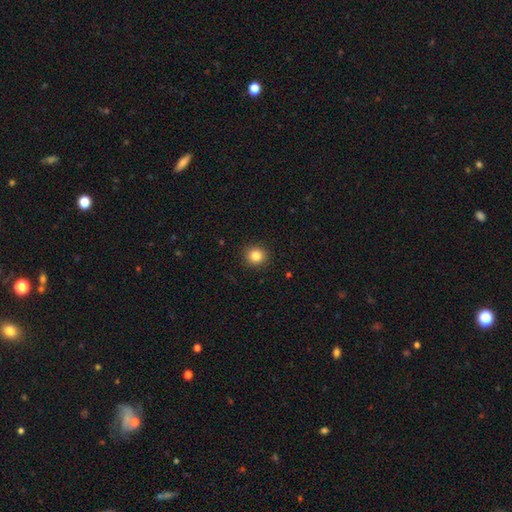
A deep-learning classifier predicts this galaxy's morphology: Overall: smooth (85%). How rounded: round (90%). Merging: none (91%).